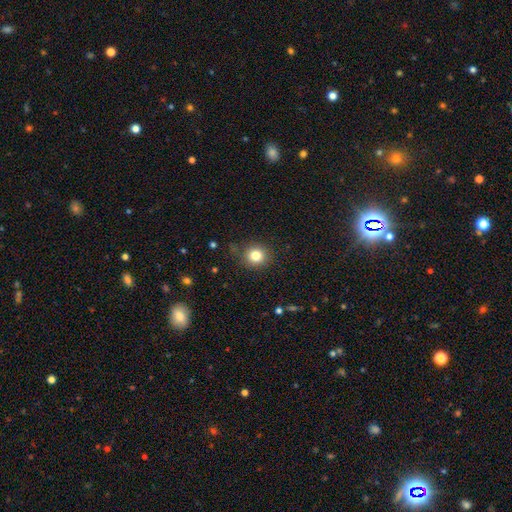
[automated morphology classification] The model was most divided on "smooth or featured": smooth: 82%, star or artifact: 12%, featured or disk: 6%. More confident: how rounded — round (90%); merging — none (87%).